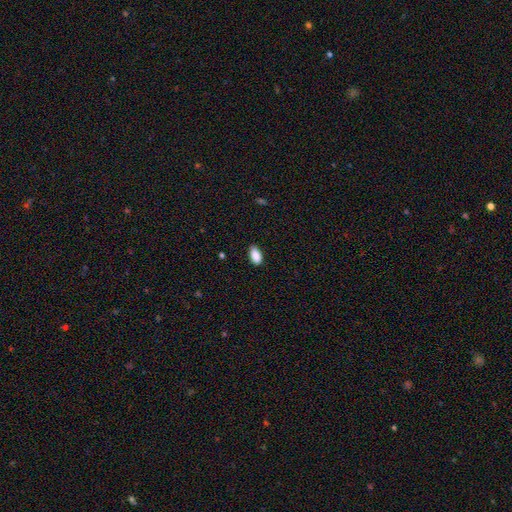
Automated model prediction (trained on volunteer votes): Overall: smooth (90%). How rounded: in between (93%). Merging: none (84%).